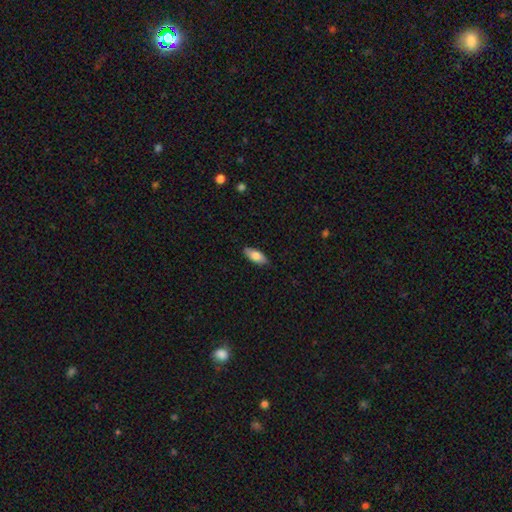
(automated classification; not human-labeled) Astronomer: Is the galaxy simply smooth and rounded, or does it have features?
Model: smooth — 79%.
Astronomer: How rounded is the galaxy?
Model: in between — 84%.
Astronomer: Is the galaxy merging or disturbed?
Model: none — 85%.